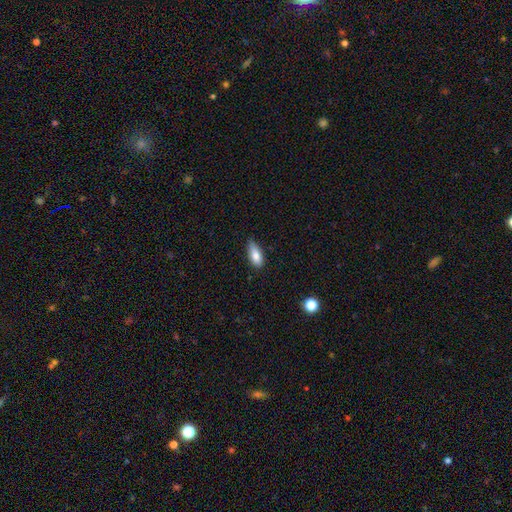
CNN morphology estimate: Smooth or featured?
  - smooth: 82% *
  - featured or disk: 10%
  - star or artifact: 8%
How rounded?
  - in between: 82% *
  - cigar-shaped: 15%
  - round: 3%
Merging?
  - none: 65% *
  - minor disturbance: 29%
  - major disturbance: 4%
  - merger: 2%